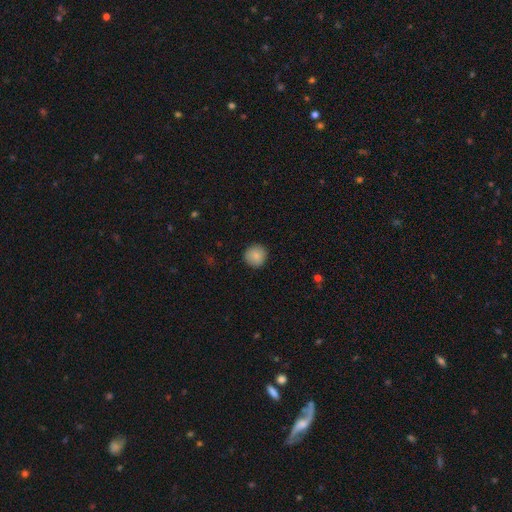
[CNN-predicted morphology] This appears to be a smooth galaxy with no disk features (86%) that is round (93%). Merging: none (90%).